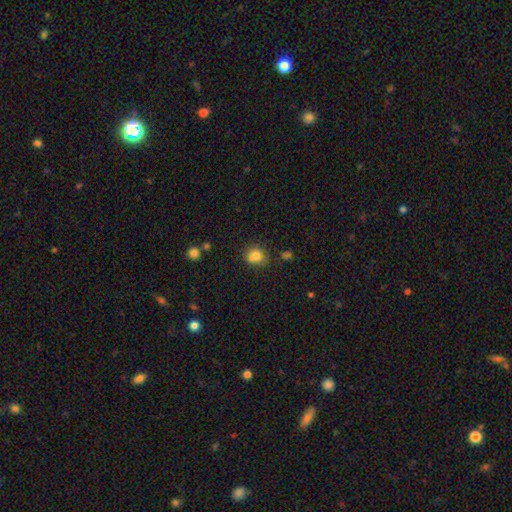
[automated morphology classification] smooth 75%, star or artifact 13%, featured or disk 12%. Down the decision tree: how rounded — round (70%); merging — none (49%).